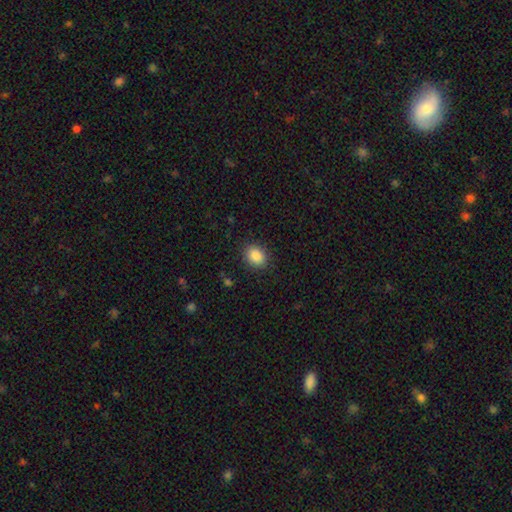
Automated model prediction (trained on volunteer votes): Smooth or featured? Predicted: smooth (p=0.88). How rounded? Predicted: in between (p=0.59). Merging? Predicted: none (p=0.88).